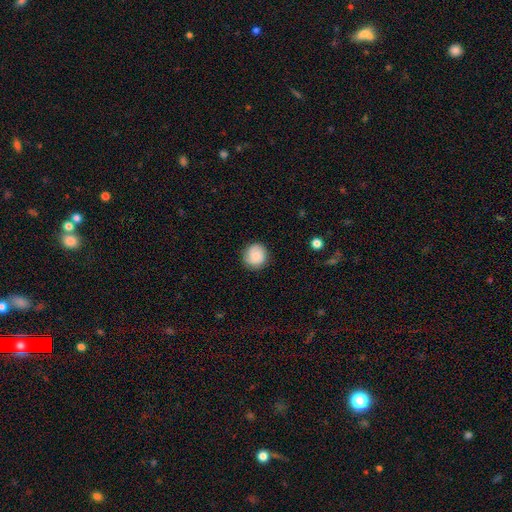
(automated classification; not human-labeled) A smooth galaxy with no disk features (77%) that is round (90%). Merging: none (85%).